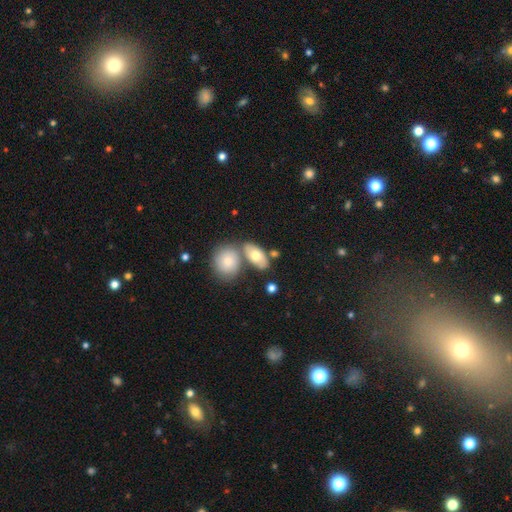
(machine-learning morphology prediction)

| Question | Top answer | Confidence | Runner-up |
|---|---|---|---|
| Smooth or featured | smooth | 69% | featured or disk (25%) |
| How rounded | in between | 88% | round (8%) |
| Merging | none | 53% | merger (31%) |